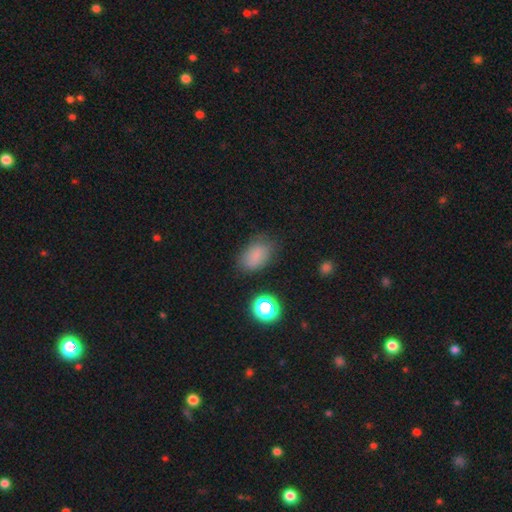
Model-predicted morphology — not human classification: type=smooth (80%); roundness=in between (87%); merging=none (72%).